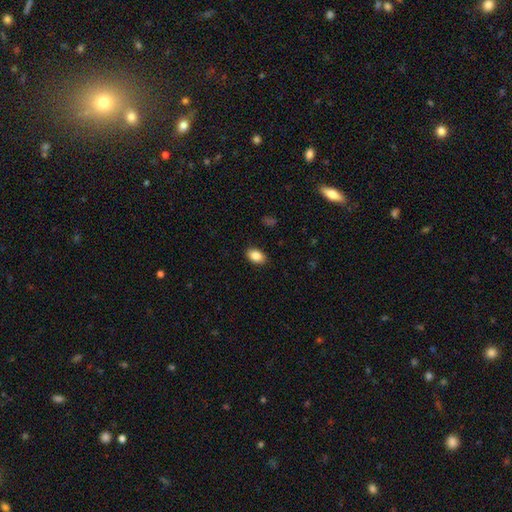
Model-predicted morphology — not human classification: Smooth or featured? smooth (87%)
How rounded? in between (88%)
Merging? none (88%)